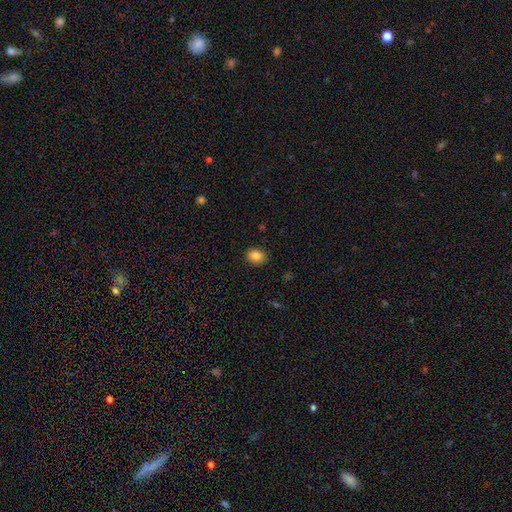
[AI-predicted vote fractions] This is clearly a smooth galaxy (85%). How rounded: possibly in between (53%). Merging: clearly none (88%).